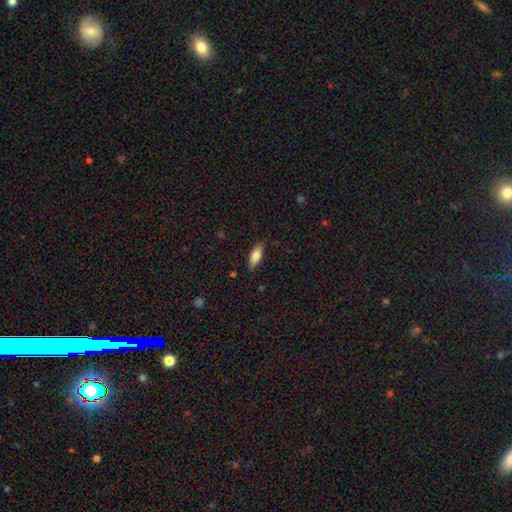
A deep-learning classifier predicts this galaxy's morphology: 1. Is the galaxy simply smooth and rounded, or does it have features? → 81% smooth, 13% featured or disk, 7% star or artifact.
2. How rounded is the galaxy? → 76% in between, 22% cigar-shaped, 2% round.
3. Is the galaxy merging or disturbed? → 83% none, 13% minor disturbance, 3% major disturbance, 1% merger.